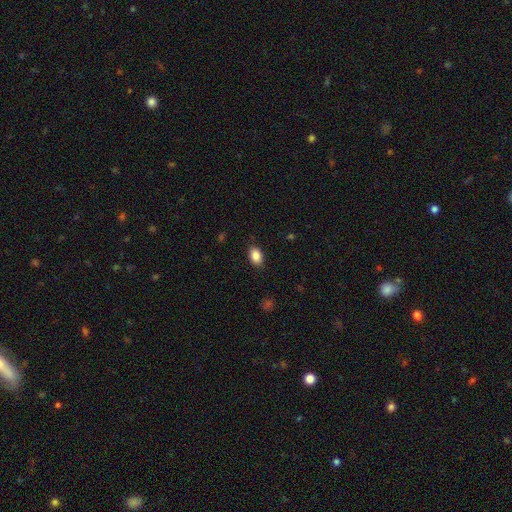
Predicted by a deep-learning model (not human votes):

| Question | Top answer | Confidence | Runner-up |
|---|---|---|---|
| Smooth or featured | smooth | 88% | star or artifact (8%) |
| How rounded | in between | 86% | round (13%) |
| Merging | none | 86% | minor disturbance (10%) |